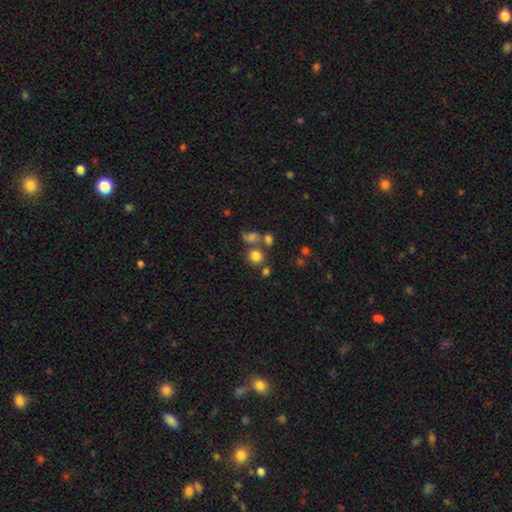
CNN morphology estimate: This is likely a smooth galaxy (76%). How rounded: clearly round (86%). Merging: likely none (60%).